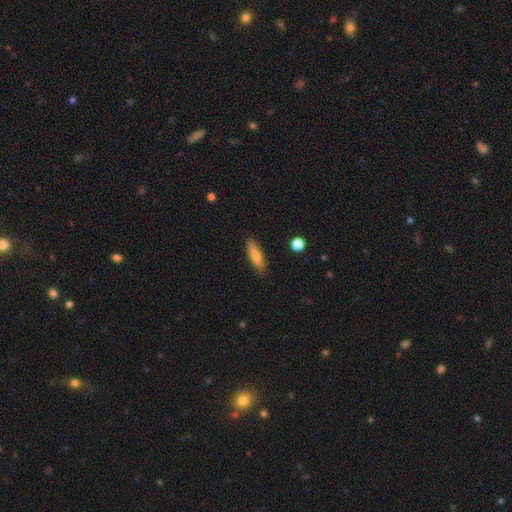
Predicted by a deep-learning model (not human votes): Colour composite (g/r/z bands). It shows a smooth galaxy with no disk features (73%) that is cigar-shaped (60%). Merging: none (87%).